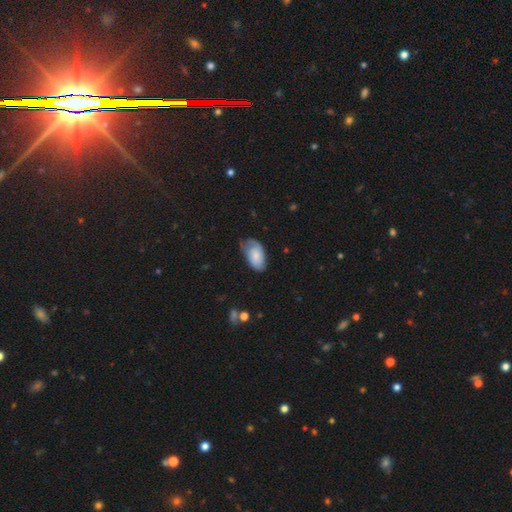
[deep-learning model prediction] A smooth galaxy with no disk features (68%) that is in between round and cigar-shaped (94%). Merging: none (50%).